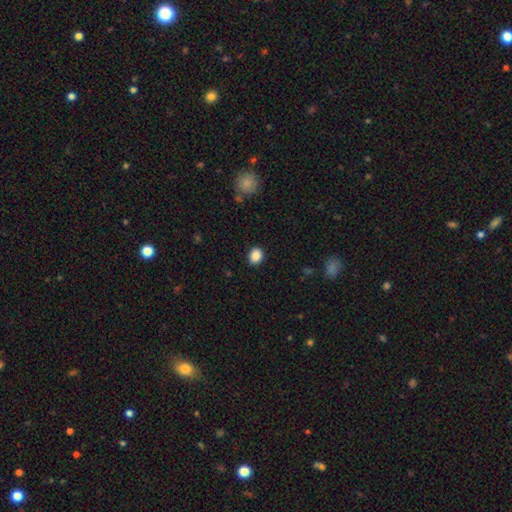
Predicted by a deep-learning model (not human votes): smooth 88%, star or artifact 9%, featured or disk 3%. Down the decision tree: how rounded — round (58%); merging — none (89%).